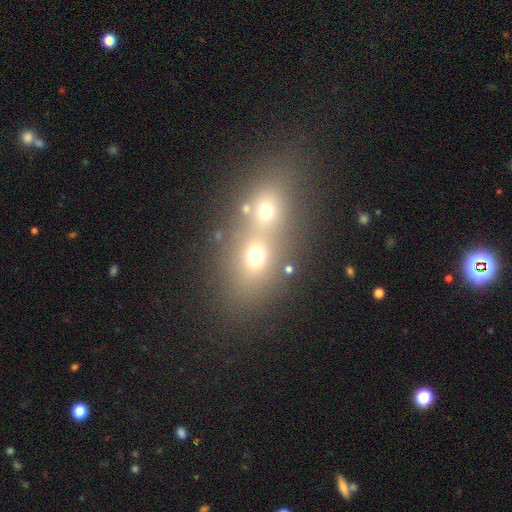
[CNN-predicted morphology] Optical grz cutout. It shows a smooth galaxy with no disk features (62%) that is in between round and cigar-shaped (50%). Merging: merger (66%).